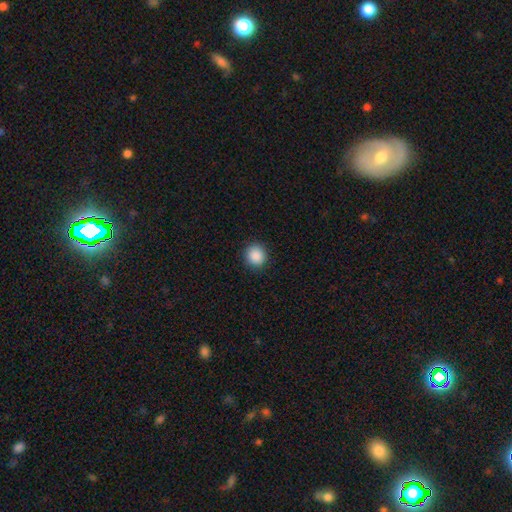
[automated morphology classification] Smooth or featured?
  - smooth: 89% *
  - star or artifact: 9%
  - featured or disk: 3%
How rounded?
  - round: 89% *
  - in between: 10%
  - cigar-shaped: 1%
Merging?
  - none: 91% *
  - minor disturbance: 6%
  - major disturbance: 2%
  - merger: 1%